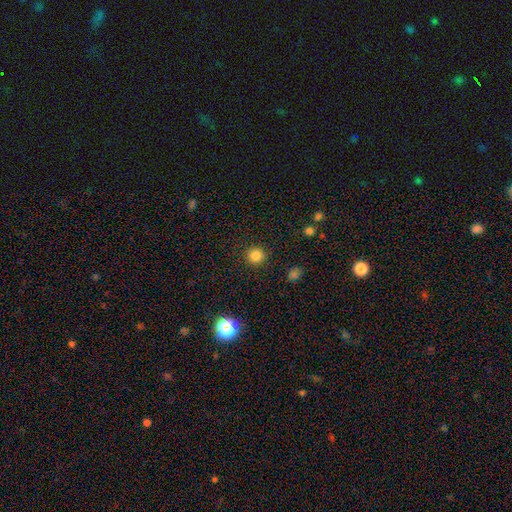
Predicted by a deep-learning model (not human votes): Smooth or featured? Predicted: smooth (p=0.83). How rounded? Predicted: round (p=0.95). Merging? Predicted: none (p=0.92).